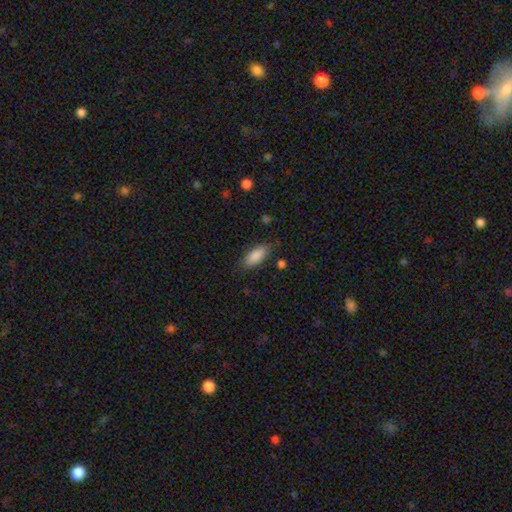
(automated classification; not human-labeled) Q: Smooth or featured?
A: smooth (88%); runner-up: star or artifact (7%)
Q: How rounded?
A: in between (85%); runner-up: cigar-shaped (13%)
Q: Merging?
A: none (82%); runner-up: minor disturbance (13%)